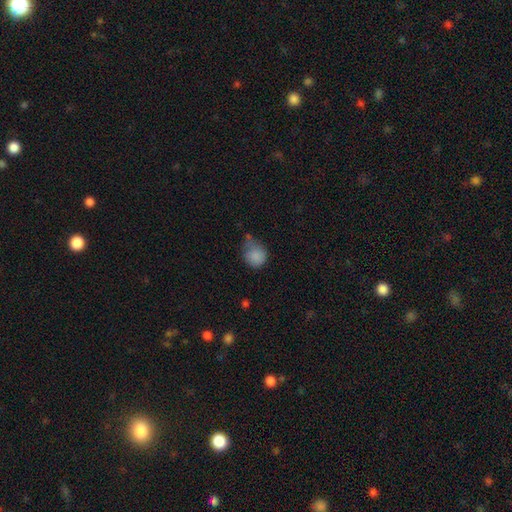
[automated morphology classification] This is clearly a smooth galaxy (85%). How rounded: likely round (76%). Merging: marginally none (41%).